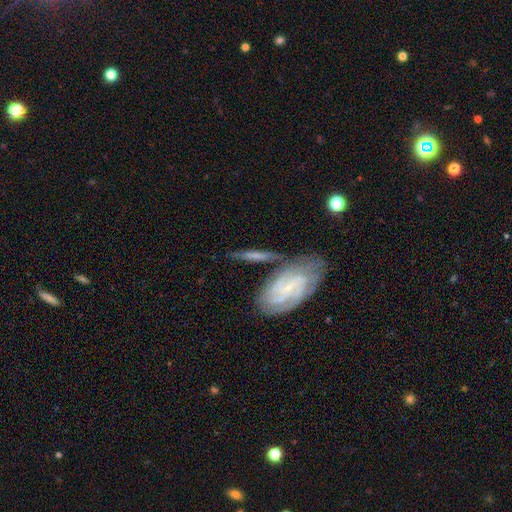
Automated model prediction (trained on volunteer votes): The model was most divided on "edge-on disk": no: 64%, yes: 36%. More confident: smooth or featured — featured or disk (62%); merging — none (54%).